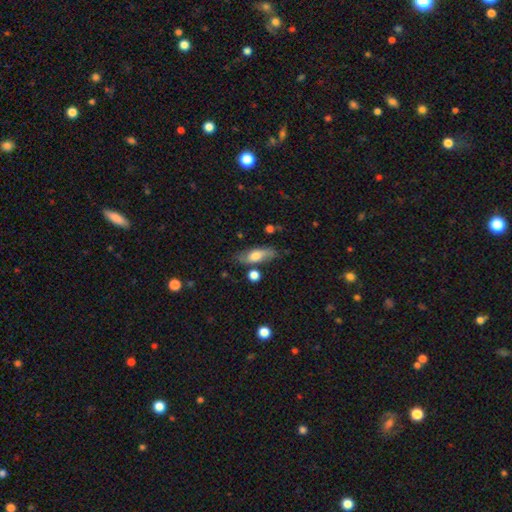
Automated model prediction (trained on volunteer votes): The model was most divided on "smooth or featured": smooth: 63%, featured or disk: 29%, star or artifact: 7%. More confident: how rounded — in between (67%); merging — none (66%).